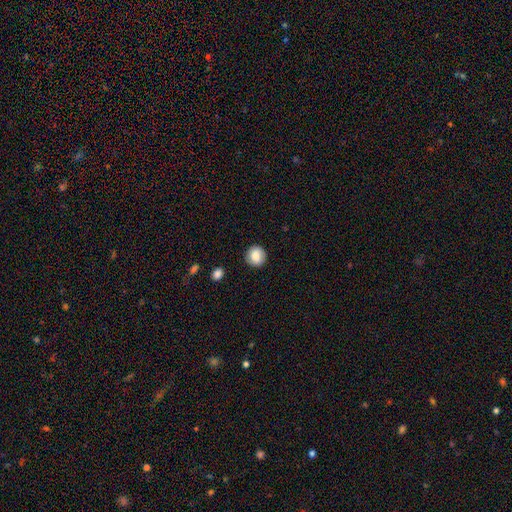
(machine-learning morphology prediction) Smooth or featured? Predicted: smooth (p=0.83). How rounded? Predicted: round (p=0.89). Merging? Predicted: none (p=0.86).